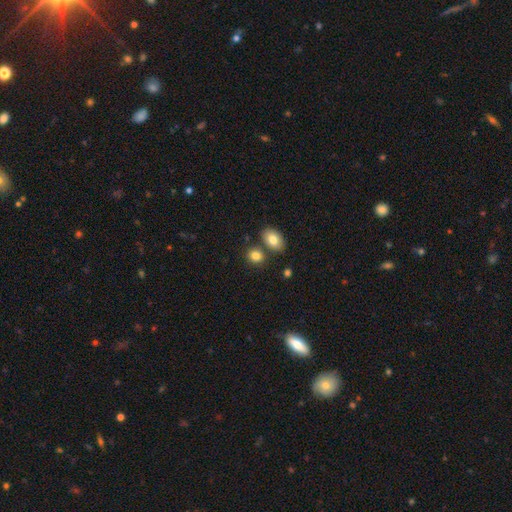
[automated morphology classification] Q: Smooth or featured?
A: smooth (83%); runner-up: star or artifact (9%)
Q: How rounded?
A: in between (54%); runner-up: round (45%)
Q: Merging?
A: none (69%); runner-up: merger (18%)